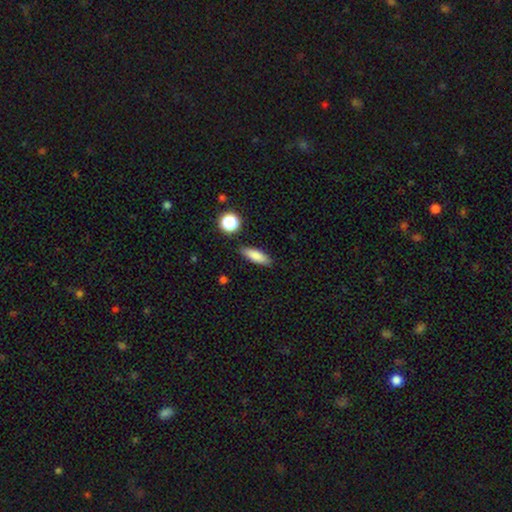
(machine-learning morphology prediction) smooth 82%, featured or disk 9%, star or artifact 8%. Down the decision tree: how rounded — in between (56%); merging — none (85%).